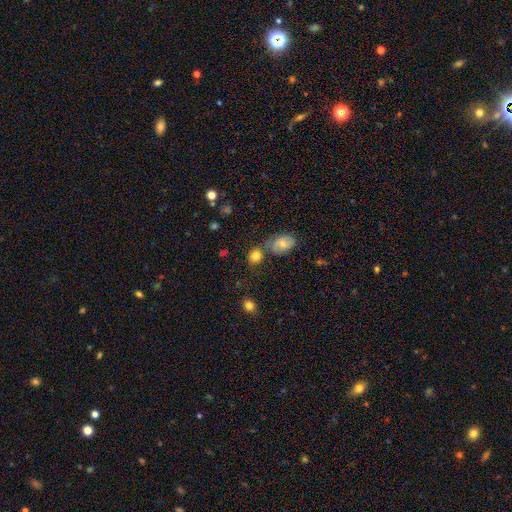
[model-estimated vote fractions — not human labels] This appears to be a smooth galaxy with no disk features (80%) that is round (75%). Merging: none (65%).